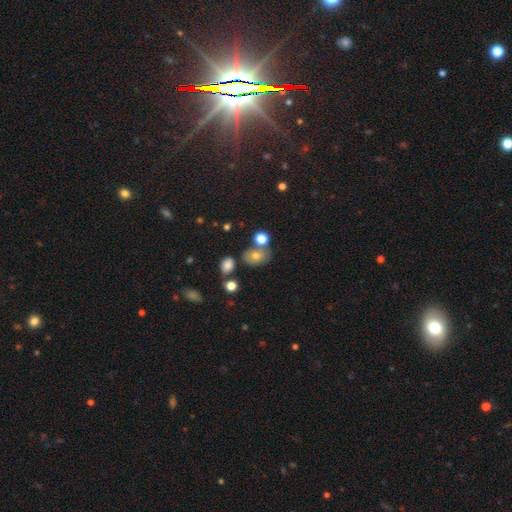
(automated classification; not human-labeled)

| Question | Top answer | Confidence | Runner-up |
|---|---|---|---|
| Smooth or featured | smooth | 72% | featured or disk (15%) |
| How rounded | in between | 60% | round (39%) |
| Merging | none | 57% | merger (20%) |